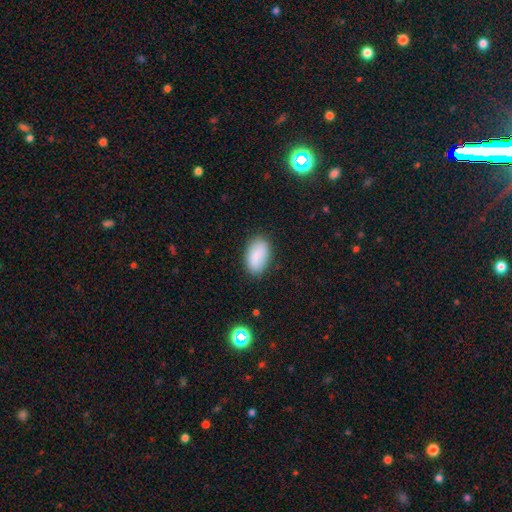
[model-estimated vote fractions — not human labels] Smooth or featured? Predicted: smooth (p=0.85). How rounded? Predicted: in between (p=0.93). Merging? Predicted: none (p=0.85).